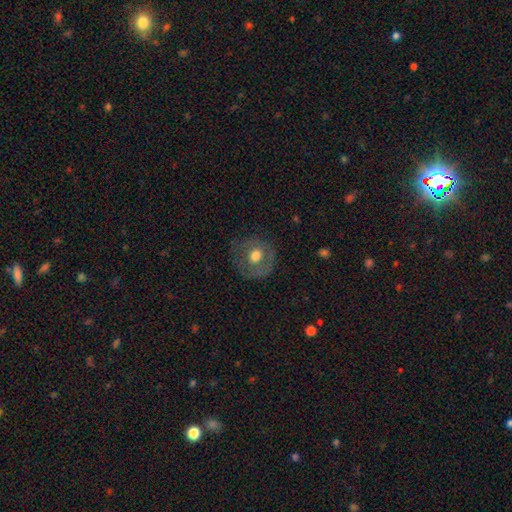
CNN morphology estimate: smooth_or_featured: smooth (p=0.55) [alt: featured or disk p=0.36]
how_rounded: round (p=0.86) [alt: in between p=0.13]
merging: none (p=0.73) [alt: minor disturbance p=0.17]